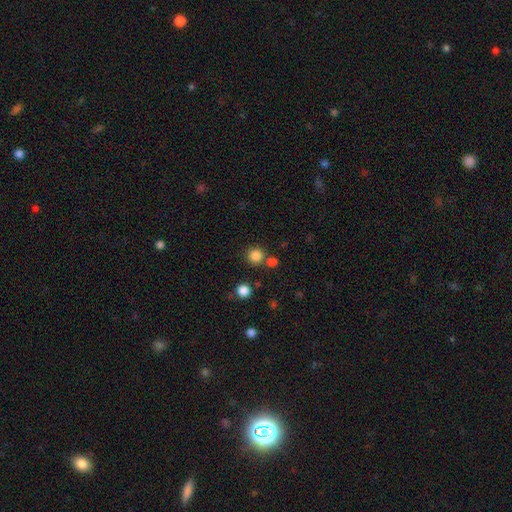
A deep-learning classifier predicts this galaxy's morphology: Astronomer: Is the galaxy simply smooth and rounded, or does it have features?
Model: smooth — 83%.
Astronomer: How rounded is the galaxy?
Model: round — 94%.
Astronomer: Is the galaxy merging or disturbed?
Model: none — 76%.